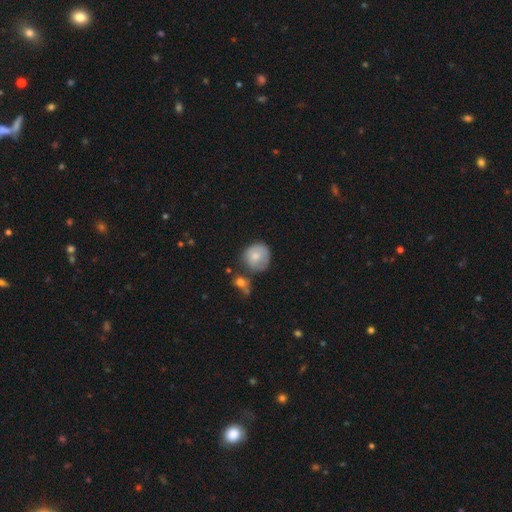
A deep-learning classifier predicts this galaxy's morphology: smooth-or-featured: smooth: 76% | featured or disk: 16% | star or artifact: 8%
  how-rounded: round: 85% | in between: 14% | cigar-shaped: 1%
  merging: none: 54% | minor disturbance: 27% | merger: 11% | major disturbance: 8%